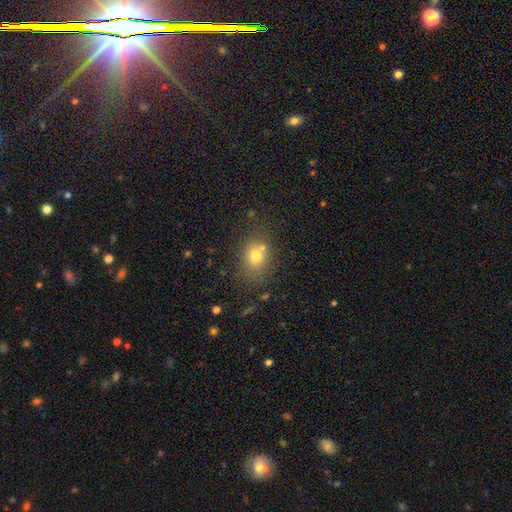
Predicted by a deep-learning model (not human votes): Q: Smooth or featured?
A: smooth (72%); runner-up: star or artifact (15%)
Q: How rounded?
A: round (53%); runner-up: in between (46%)
Q: Merging?
A: none (63%); runner-up: merger (20%)